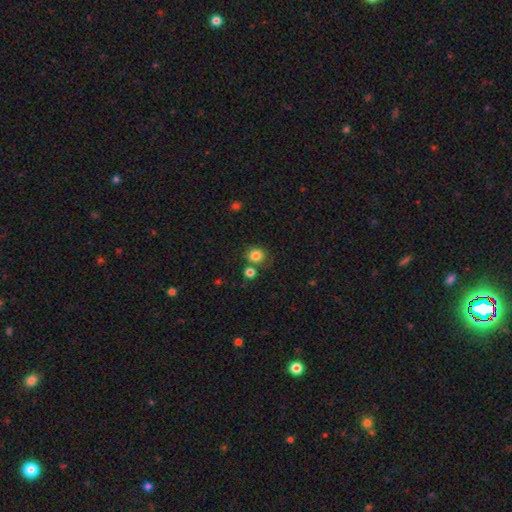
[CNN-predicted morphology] A smooth galaxy with no disk features (82%) that is round (81%).

Vote fractions:
- Smooth or featured? smooth: 82% / star or artifact: 11% / featured or disk: 7%
- How rounded? round: 81% / in between: 18% / cigar-shaped: 1%
- Merging? none: 67% / merger: 16% / minor disturbance: 12% / major disturbance: 5%